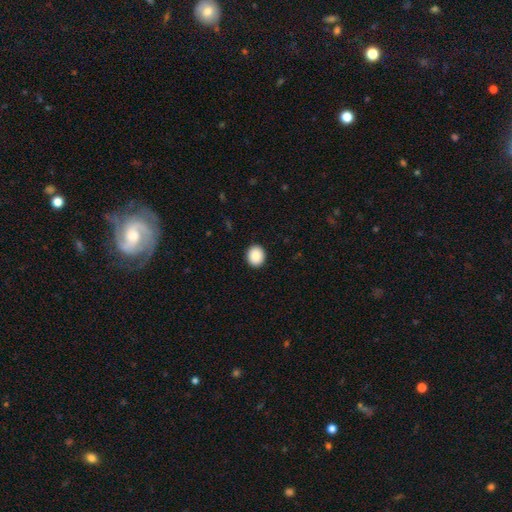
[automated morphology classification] Smooth or featured?
  - smooth: 87% *
  - star or artifact: 8%
  - featured or disk: 5%
How rounded?
  - round: 73% *
  - in between: 26%
  - cigar-shaped: 1%
Merging?
  - none: 92% *
  - minor disturbance: 5%
  - major disturbance: 2%
  - merger: 1%